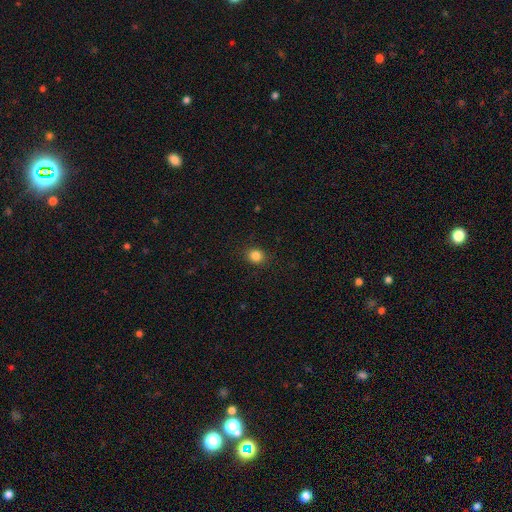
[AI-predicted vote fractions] The model was most divided on "how rounded": round: 75%, in between: 24%, cigar-shaped: 1%. More confident: merging — none (89%); smooth or featured — smooth (84%).